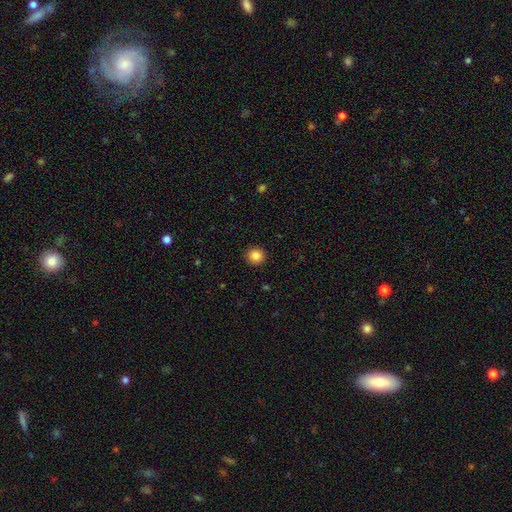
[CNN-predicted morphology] Smooth or featured?
  - smooth: 86% *
  - star or artifact: 10%
  - featured or disk: 4%
How rounded?
  - round: 92% *
  - in between: 7%
  - cigar-shaped: 1%
Merging?
  - none: 93% *
  - minor disturbance: 5%
  - major disturbance: 2%
  - merger: 1%